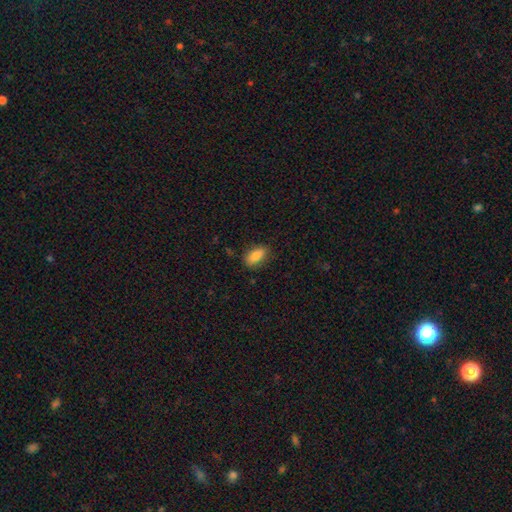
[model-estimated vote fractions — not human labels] This is clearly a smooth galaxy (84%). How rounded: clearly in between (87%). Merging: clearly none (82%).